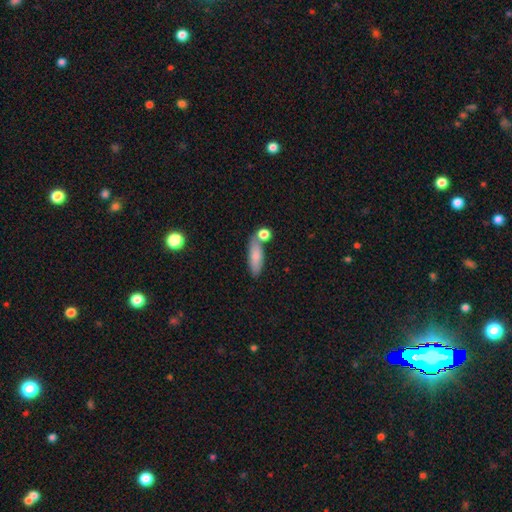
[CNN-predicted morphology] Smooth or featured? Predicted: smooth (p=0.81). How rounded? Predicted: in between (p=0.56). Merging? Predicted: none (p=0.63).